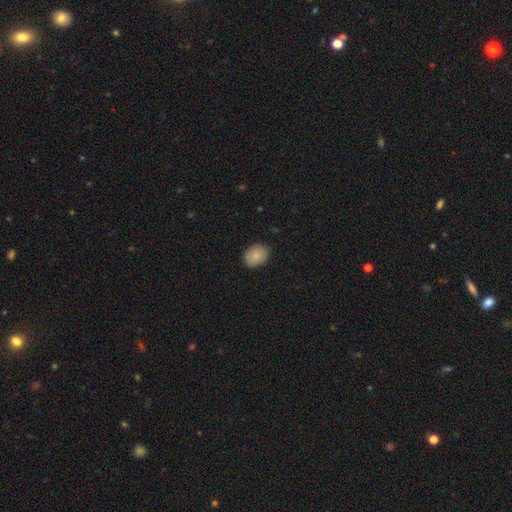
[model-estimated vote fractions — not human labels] smooth_or_featured: smooth (p=0.85) [alt: featured or disk p=0.08]
how_rounded: in between (p=0.61) [alt: round p=0.38]
merging: none (p=0.87) [alt: minor disturbance p=0.10]